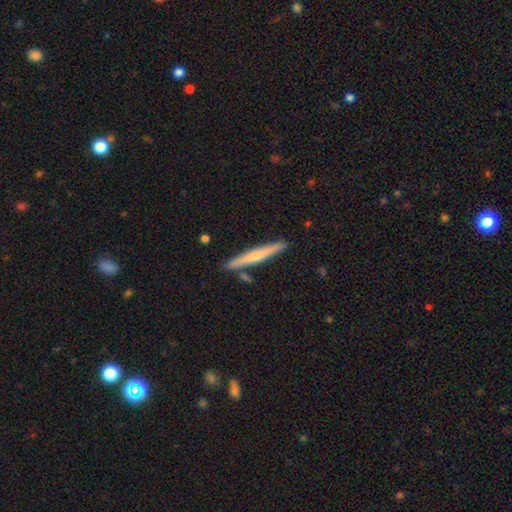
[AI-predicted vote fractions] featured or disk 48%, smooth 46%, star or artifact 5%. Down the decision tree: merging — none (86%).